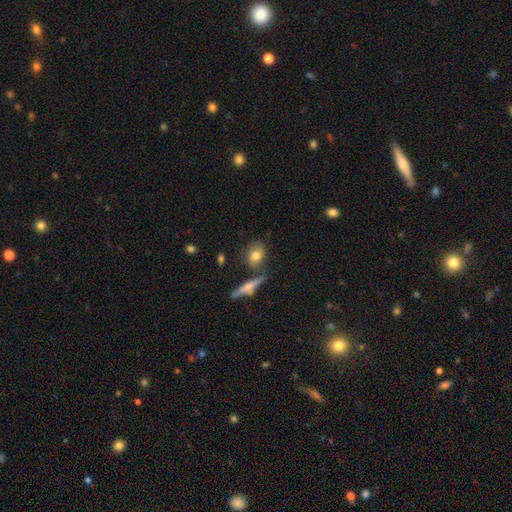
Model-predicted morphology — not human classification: This is likely a smooth galaxy (73%). How rounded: possibly in between (54%). Merging: likely none (66%).